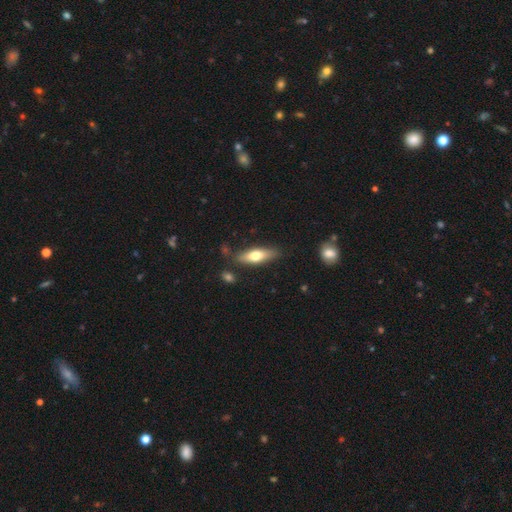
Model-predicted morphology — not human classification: Smooth or featured: smooth — 60% (featured or disk — 34%)
How rounded: in between — 50% (cigar-shaped — 48%)
Merging: none — 80% (minor disturbance — 13%)